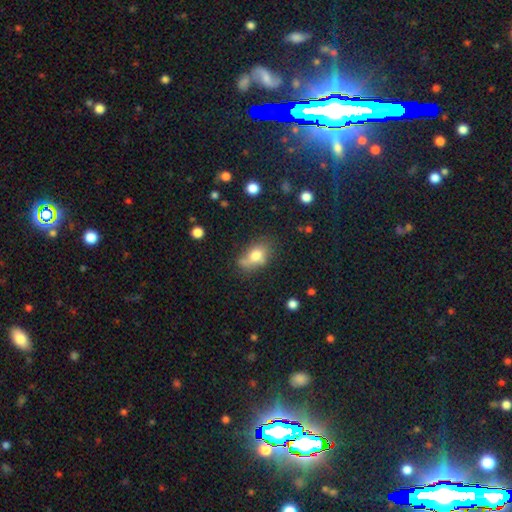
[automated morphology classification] Smooth or featured? smooth (71%)
How rounded? in between (81%)
Merging? none (48%)